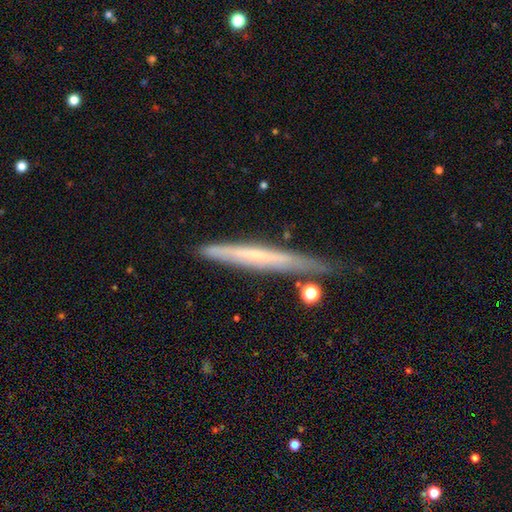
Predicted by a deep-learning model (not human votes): Morphology: type=featured or disk (53%); edge-on=yes (91%); merging=none (72%).